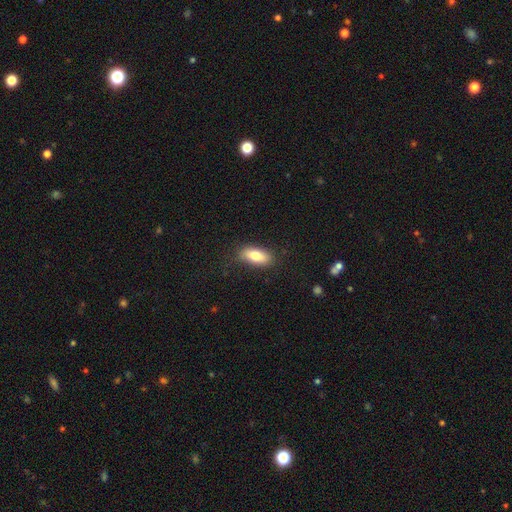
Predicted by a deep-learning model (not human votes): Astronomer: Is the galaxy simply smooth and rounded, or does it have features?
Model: smooth — 77%.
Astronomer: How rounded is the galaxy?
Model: in between — 84%.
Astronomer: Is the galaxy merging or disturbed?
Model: none — 79%.